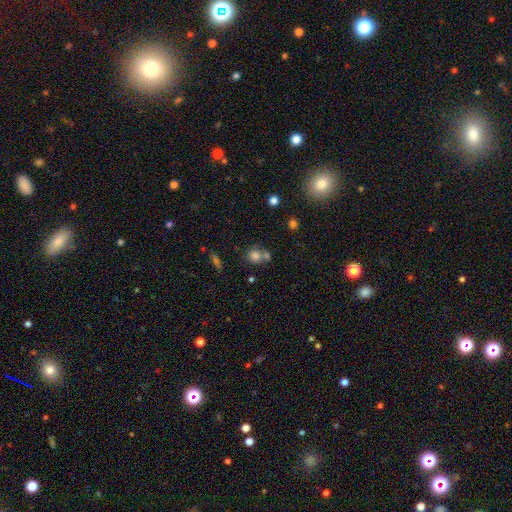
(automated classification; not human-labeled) A smooth galaxy with no disk features (78%) that is round (83%). Merging: none (48%).